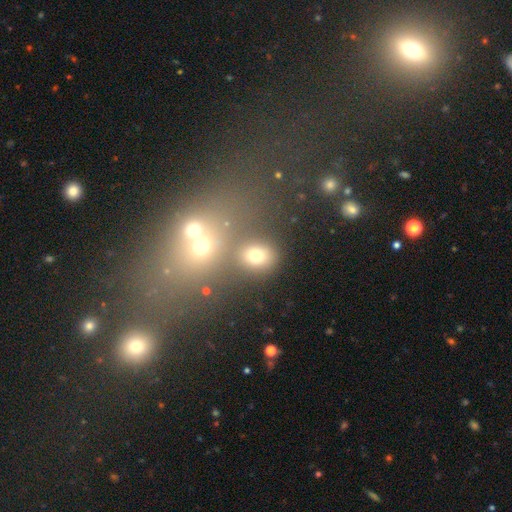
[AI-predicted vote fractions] The model was most divided on "how rounded": round: 58%, in between: 41%, cigar-shaped: 2%. More confident: smooth or featured — smooth (72%); merging — none (60%).